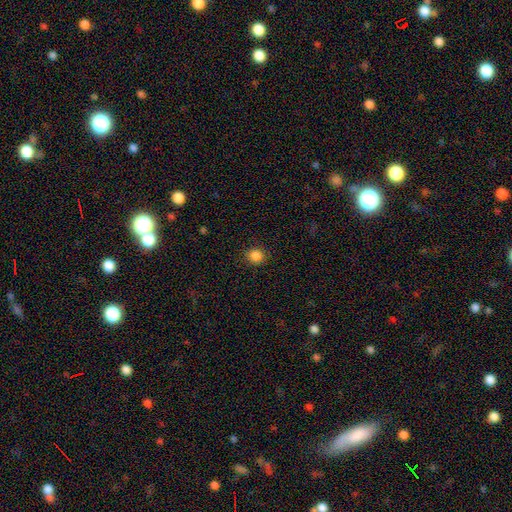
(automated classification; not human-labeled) A smooth galaxy with no disk features (86%) that is round (83%). Merging: none (89%).